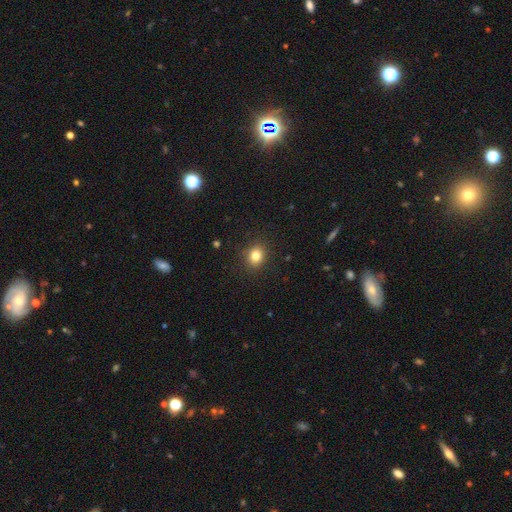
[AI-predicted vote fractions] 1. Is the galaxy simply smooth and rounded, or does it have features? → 81% smooth, 12% star or artifact, 6% featured or disk.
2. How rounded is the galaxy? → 70% round, 29% in between, 1% cigar-shaped.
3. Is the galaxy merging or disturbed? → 89% none, 8% minor disturbance, 3% major disturbance, 1% merger.